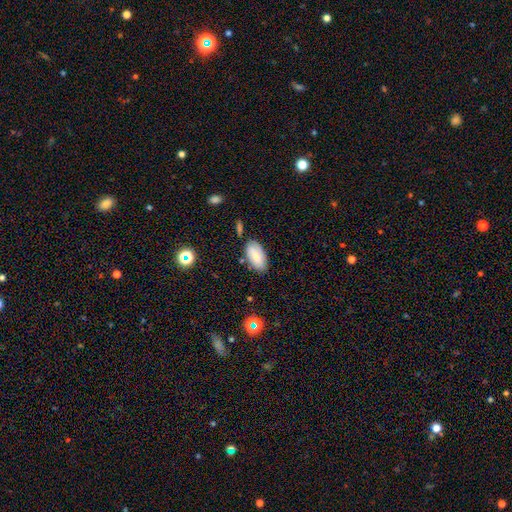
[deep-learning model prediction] A smooth galaxy with no disk features (77%) that is in between round and cigar-shaped (93%).

Vote fractions:
- Smooth or featured? smooth: 77% / featured or disk: 15% / star or artifact: 8%
- How rounded? in between: 93% / cigar-shaped: 4% / round: 2%
- Merging? none: 76% / minor disturbance: 16% / merger: 4% / major disturbance: 3%